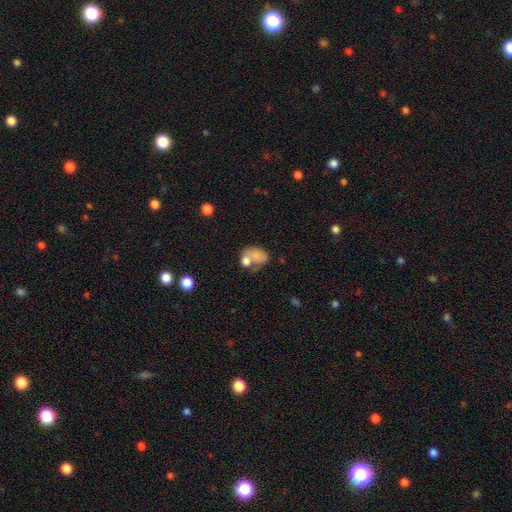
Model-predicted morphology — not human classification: Smooth or featured? smooth (73%)
How rounded? in between (72%)
Merging? merger (43%)